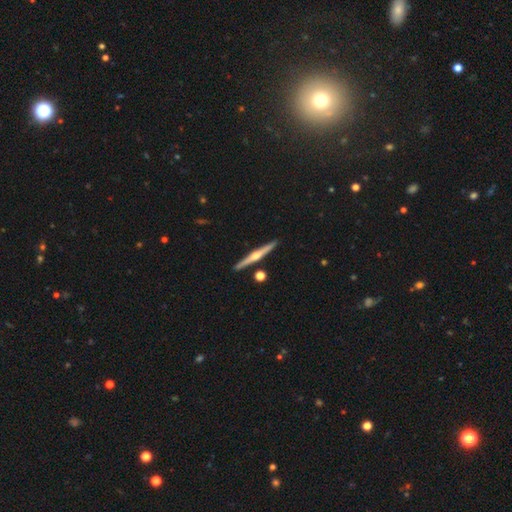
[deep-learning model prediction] The model was most divided on "smooth or featured": featured or disk: 74%, smooth: 21%, star or artifact: 5%. More confident: edge-on disk — yes (98%); edge-on bulge — rounded (91%); merging — none (90%).